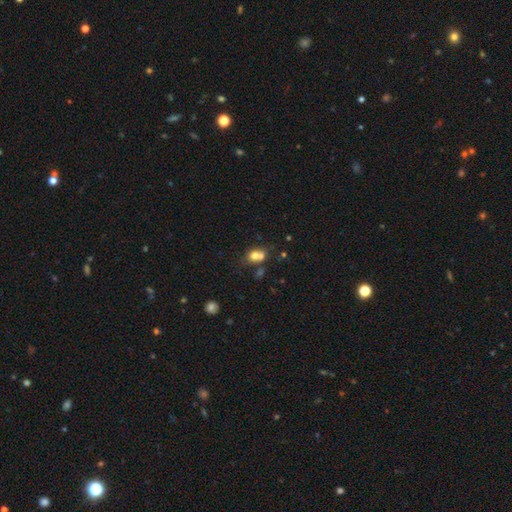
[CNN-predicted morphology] Q: Smooth or featured?
A: smooth (71%); runner-up: featured or disk (16%)
Q: How rounded?
A: round (58%); runner-up: in between (41%)
Q: Merging?
A: merger (47%); runner-up: none (37%)